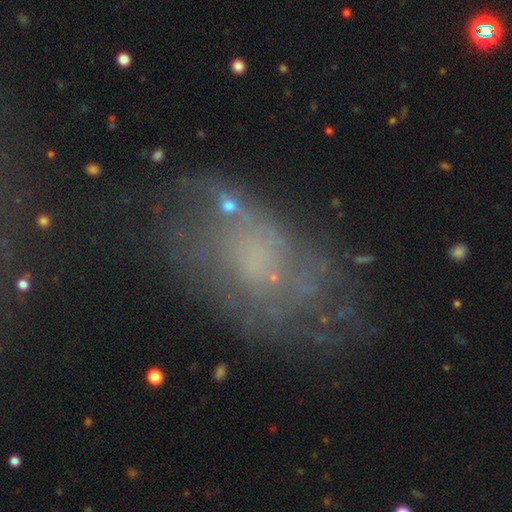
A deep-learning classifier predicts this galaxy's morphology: smooth_or_featured: featured or disk (p=0.52) [alt: smooth p=0.30]
disk_edge_on: no (p=0.94) [alt: yes p=0.06]
merging: none (p=0.54) [alt: minor disturbance p=0.21]